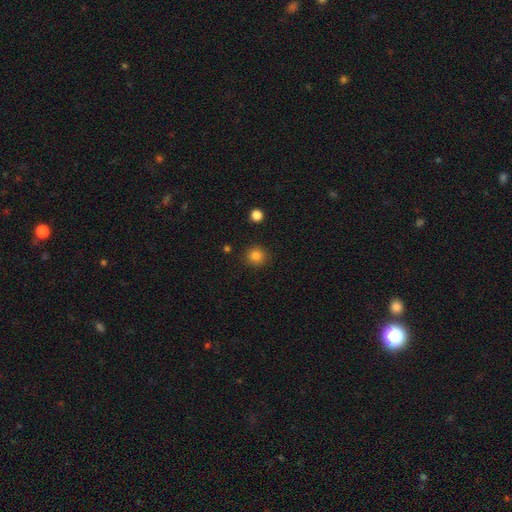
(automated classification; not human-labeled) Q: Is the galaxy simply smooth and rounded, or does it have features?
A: smooth — 83%.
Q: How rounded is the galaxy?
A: round — 91%.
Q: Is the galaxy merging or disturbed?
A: none — 89%.